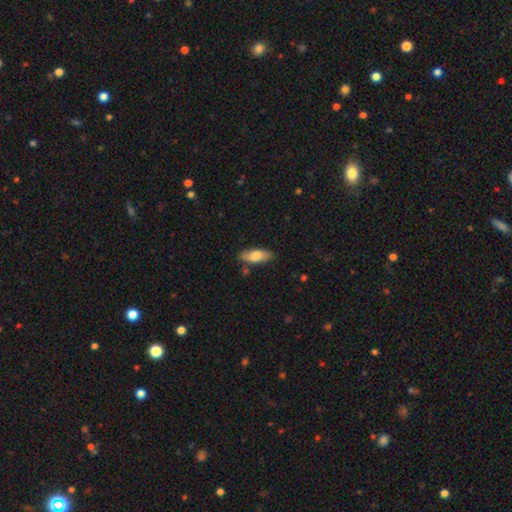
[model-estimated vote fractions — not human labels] Morphology: type=smooth (71%); roundness=in between (75%); merging=none (81%).